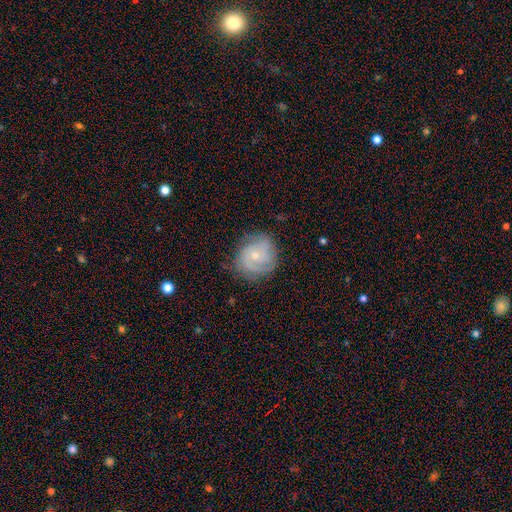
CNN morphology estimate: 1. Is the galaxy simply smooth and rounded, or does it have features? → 69% featured or disk, 23% smooth, 7% star or artifact.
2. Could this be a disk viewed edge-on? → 98% no, 2% yes.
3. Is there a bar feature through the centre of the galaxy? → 73% no, 23% weak, 4% strong.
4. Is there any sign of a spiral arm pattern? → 91% yes, 9% no.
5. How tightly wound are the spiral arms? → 56% tight, 34% medium, 11% loose.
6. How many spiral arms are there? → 34% 2, 29% can't tell, 22% 3, 6% 1, 5% 4, 4% more than 4.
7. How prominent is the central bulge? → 69% small, 28% moderate, 2% none, 1% large, 1% dominant.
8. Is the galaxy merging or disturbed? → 72% none, 20% minor disturbance, 7% major disturbance, 1% merger.